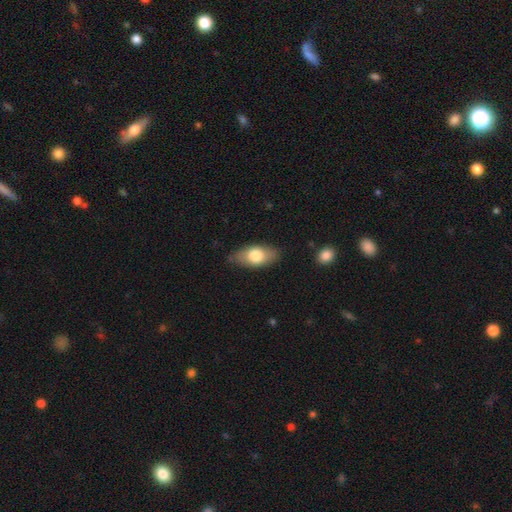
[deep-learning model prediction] Smooth or featured: smooth — 73% (featured or disk — 21%)
How rounded: in between — 88% (cigar-shaped — 6%)
Merging: none — 80% (minor disturbance — 15%)